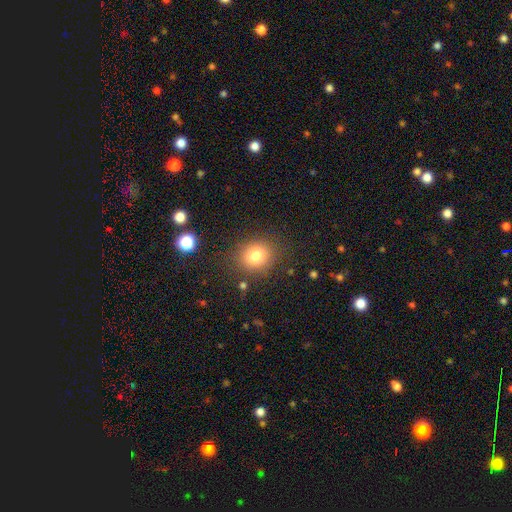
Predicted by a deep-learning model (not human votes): Smooth or featured? smooth (80%)
How rounded? round (77%)
Merging? none (84%)